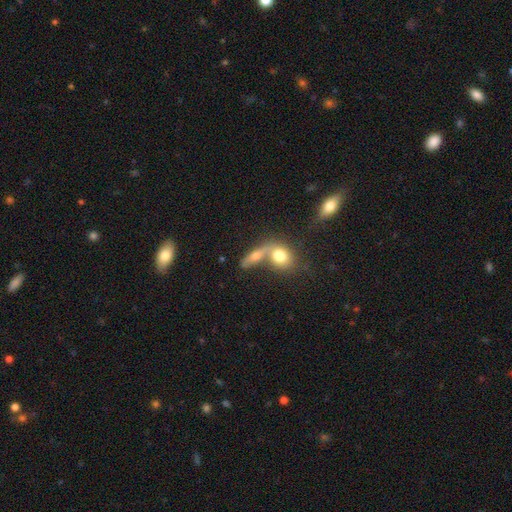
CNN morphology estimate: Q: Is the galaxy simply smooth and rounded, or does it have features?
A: smooth — 56%.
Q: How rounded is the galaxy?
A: in between — 48%.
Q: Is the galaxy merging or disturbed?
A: merger — 48%.